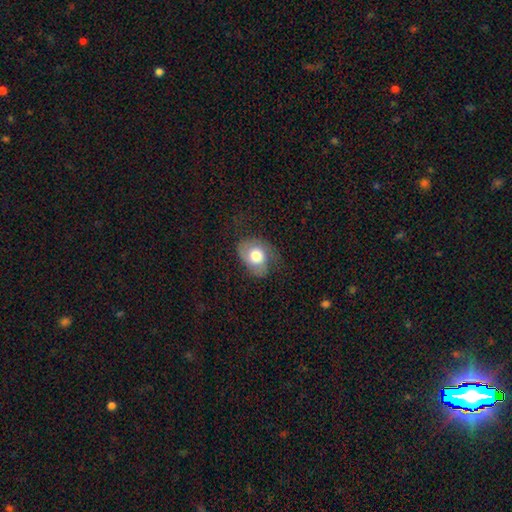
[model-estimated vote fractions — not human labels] Q: Smooth or featured?
A: smooth (60%); runner-up: featured or disk (33%)
Q: How rounded?
A: in between (65%); runner-up: round (33%)
Q: Merging?
A: none (48%); runner-up: minor disturbance (31%)